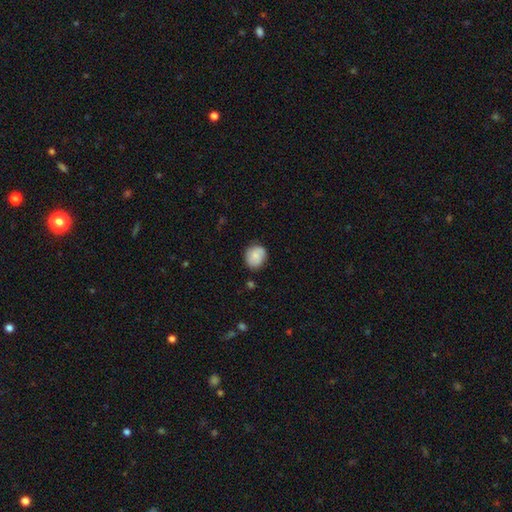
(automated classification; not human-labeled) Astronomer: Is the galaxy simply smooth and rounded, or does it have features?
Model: smooth — 69%.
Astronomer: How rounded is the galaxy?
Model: round — 66%.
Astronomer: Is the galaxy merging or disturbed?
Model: none — 75%.